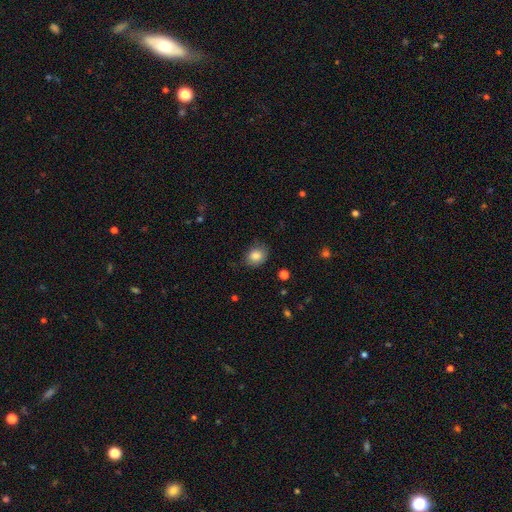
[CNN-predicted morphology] Smooth or featured? smooth (84%)
How rounded? round (51%)
Merging? none (73%)